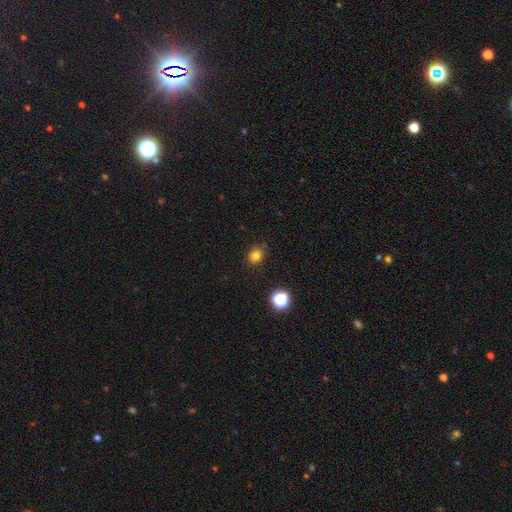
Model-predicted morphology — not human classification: The model was most divided on "how rounded": round: 73%, in between: 26%, cigar-shaped: 1%. More confident: merging — none (85%); smooth or featured — smooth (79%).